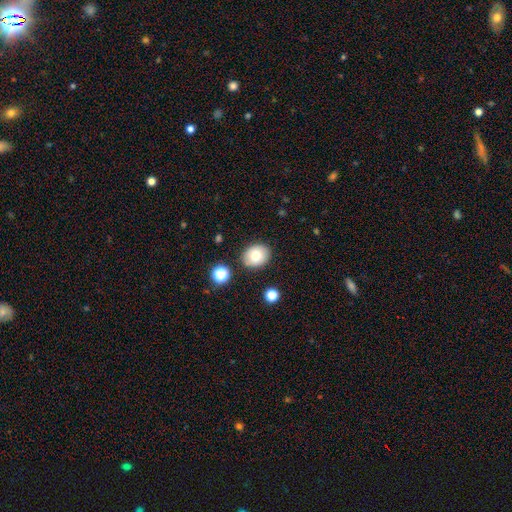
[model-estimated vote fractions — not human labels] A smooth galaxy with no disk features (76%) that is round (56%). Merging: none (85%).